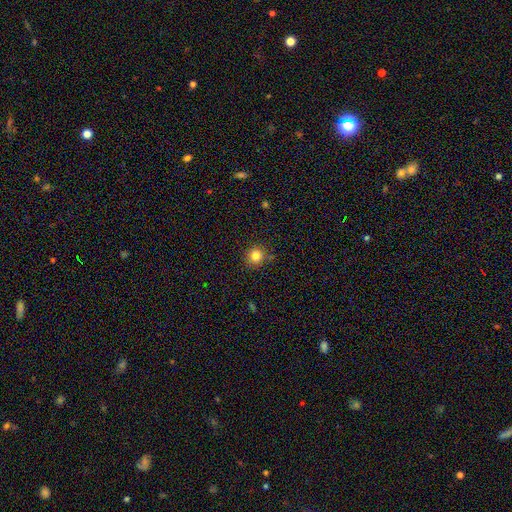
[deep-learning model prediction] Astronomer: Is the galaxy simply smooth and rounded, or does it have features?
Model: smooth — 82%.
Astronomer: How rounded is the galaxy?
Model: round — 90%.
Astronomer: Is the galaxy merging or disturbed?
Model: none — 87%.